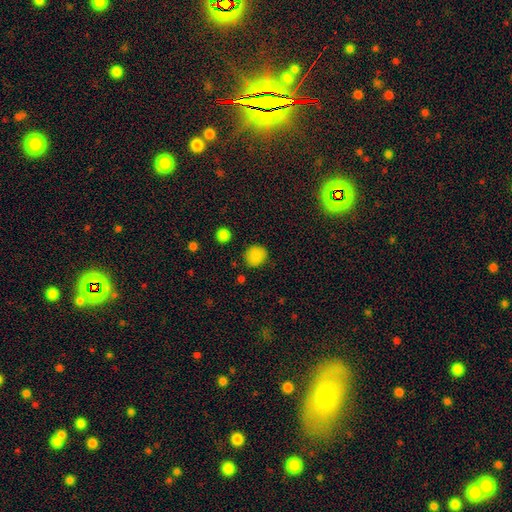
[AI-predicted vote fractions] Smooth or featured? smooth (83%)
How rounded? round (83%)
Merging? none (84%)